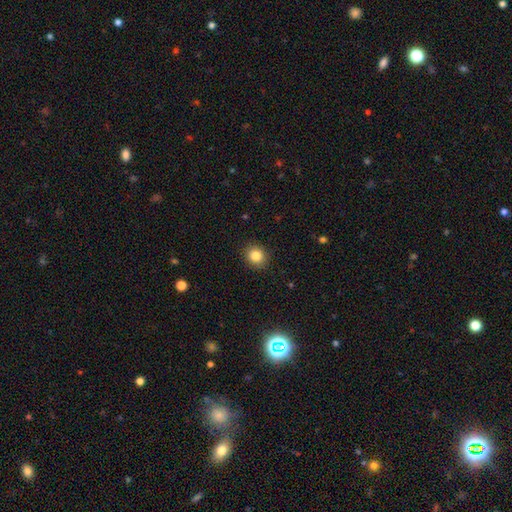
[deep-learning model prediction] The model was most divided on "how rounded": round: 82%, in between: 17%, cigar-shaped: 1%. More confident: merging — none (90%); smooth or featured — smooth (84%).